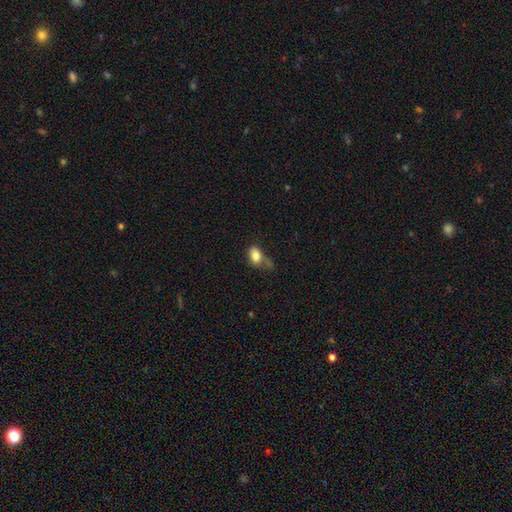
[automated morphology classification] Smooth or featured: smooth — 82% (star or artifact — 9%)
How rounded: in between — 84% (round — 14%)
Merging: none — 39% (minor disturbance — 29%)